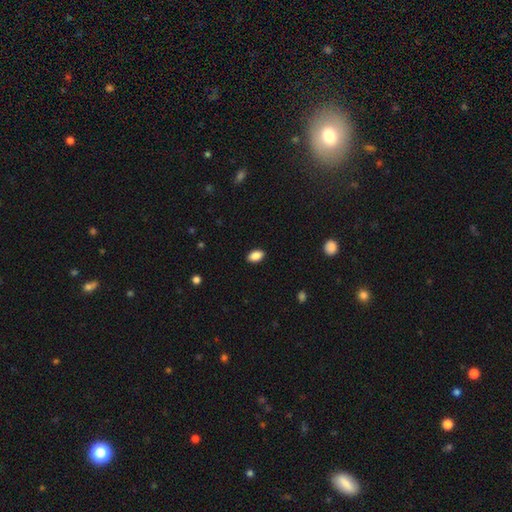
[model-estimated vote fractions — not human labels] A smooth galaxy with no disk features (88%) that is in between round and cigar-shaped (91%). Merging: none (89%).